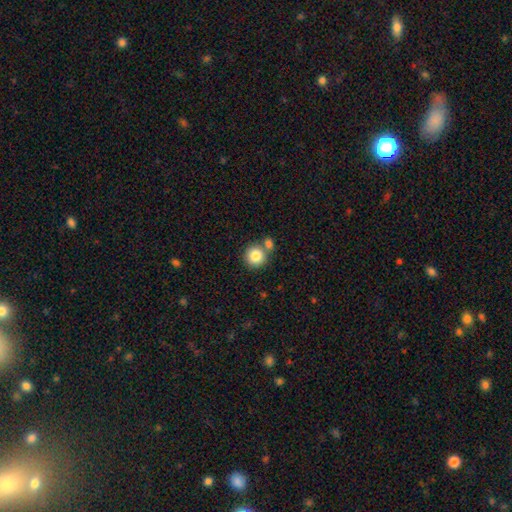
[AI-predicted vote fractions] Smooth or featured? Predicted: smooth (p=0.83). How rounded? Predicted: round (p=0.93). Merging? Predicted: none (p=0.64).